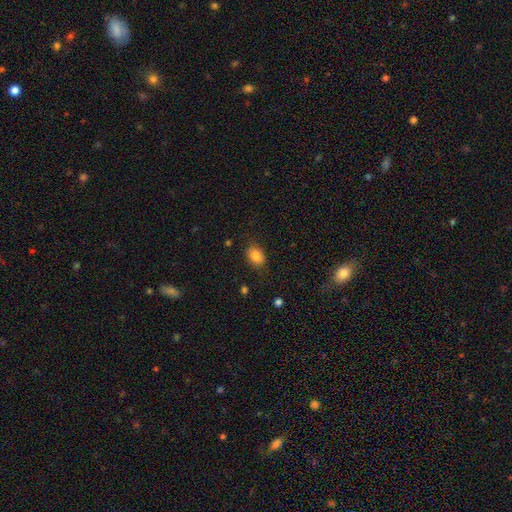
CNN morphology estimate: A smooth galaxy with no disk features (86%) that is in between round and cigar-shaped (78%).

Vote fractions:
- Smooth or featured? smooth: 86% / star or artifact: 9% / featured or disk: 5%
- How rounded? in between: 78% / round: 21% / cigar-shaped: 1%
- Merging? none: 81% / minor disturbance: 14% / major disturbance: 4% / merger: 1%